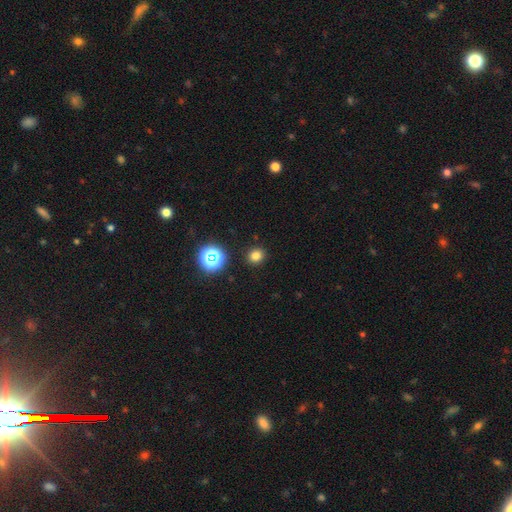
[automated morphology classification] smooth 77%, star or artifact 18%, featured or disk 5%. Down the decision tree: how rounded — round (76%); merging — none (90%).